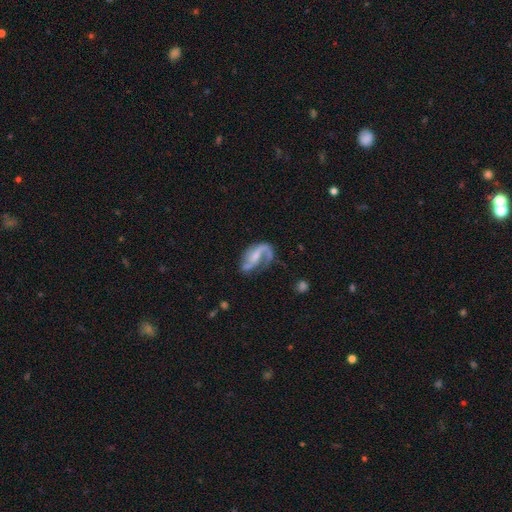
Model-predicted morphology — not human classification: featured or disk 79%, smooth 14%, star or artifact 7%. Down the decision tree: edge-on disk — no (96%); bar — weak (43%); spiral arms — yes (91%); spiral arm count — 2 (66%); spiral winding — loose (55%); bulge size — small (42%); merging — none (44%).